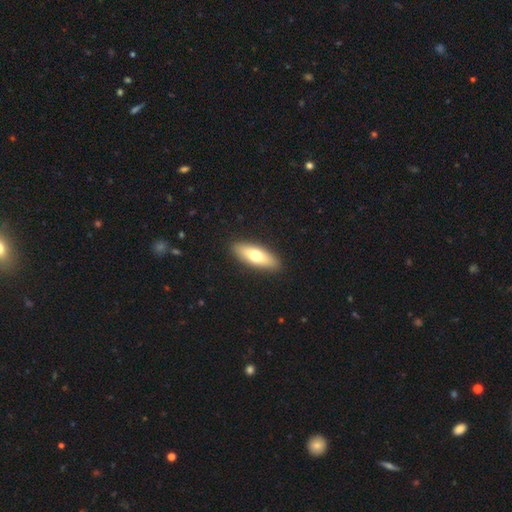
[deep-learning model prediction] Q: Smooth or featured?
A: smooth (67%); runner-up: featured or disk (27%)
Q: How rounded?
A: in between (63%); runner-up: cigar-shaped (34%)
Q: Merging?
A: none (90%); runner-up: minor disturbance (7%)